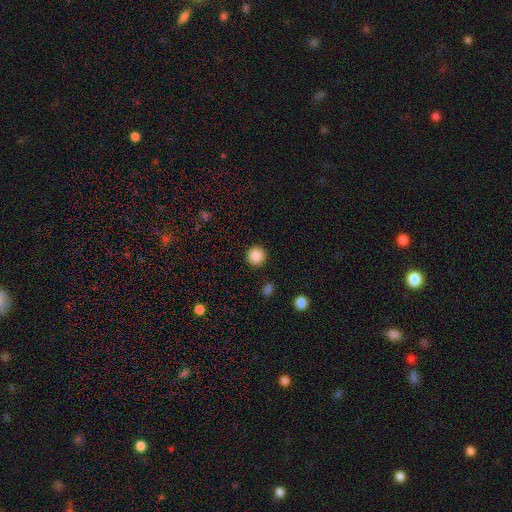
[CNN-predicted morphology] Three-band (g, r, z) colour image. It shows a smooth galaxy with no disk features (88%) that is round (95%). Merging: none (92%).